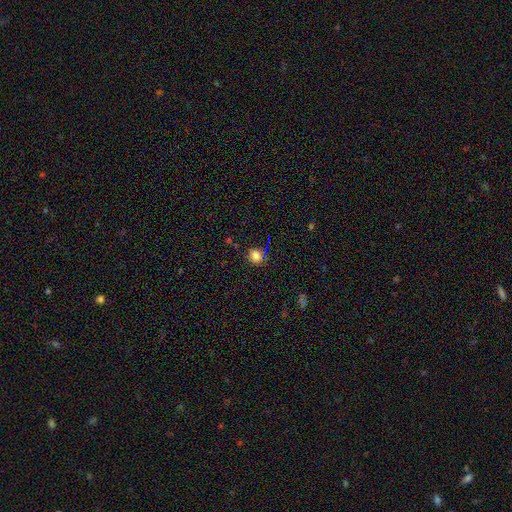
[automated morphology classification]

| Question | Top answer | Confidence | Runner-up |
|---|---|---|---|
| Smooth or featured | smooth | 76% | star or artifact (18%) |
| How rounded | round | 83% | in between (16%) |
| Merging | none | 85% | minor disturbance (10%) |